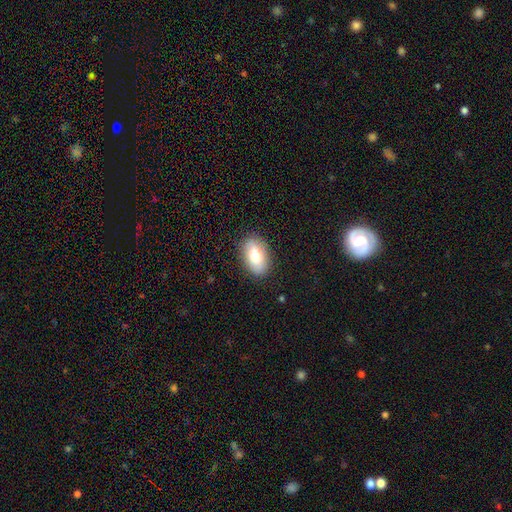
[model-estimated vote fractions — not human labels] Smooth or featured? smooth (77%)
How rounded? in between (91%)
Merging? none (87%)